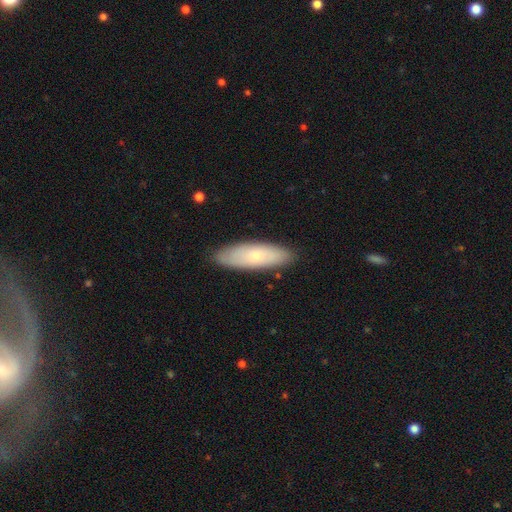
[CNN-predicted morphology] The model was most divided on "how rounded": in between: 50%, cigar-shaped: 48%, round: 2%. More confident: merging — none (86%); smooth or featured — smooth (65%).